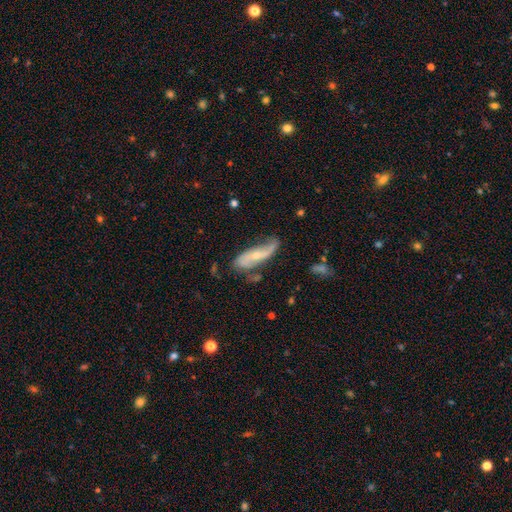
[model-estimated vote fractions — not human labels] Smooth or featured? Predicted: featured or disk (p=0.68). Edge-on disk? Predicted: no (p=0.83). Bar? Predicted: no (p=0.58). Spiral arms? Predicted: yes (p=0.86). Bulge size? Predicted: small (p=0.62). Merging? Predicted: none (p=0.50).